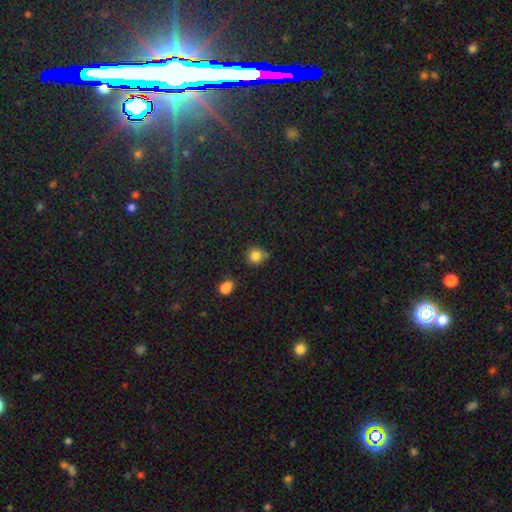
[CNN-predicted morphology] A smooth galaxy with no disk features (83%) that is round (88%).

Vote fractions:
- Smooth or featured? smooth: 83% / star or artifact: 11% / featured or disk: 6%
- How rounded? round: 88% / in between: 11% / cigar-shaped: 1%
- Merging? none: 67% / minor disturbance: 21% / merger: 7% / major disturbance: 5%